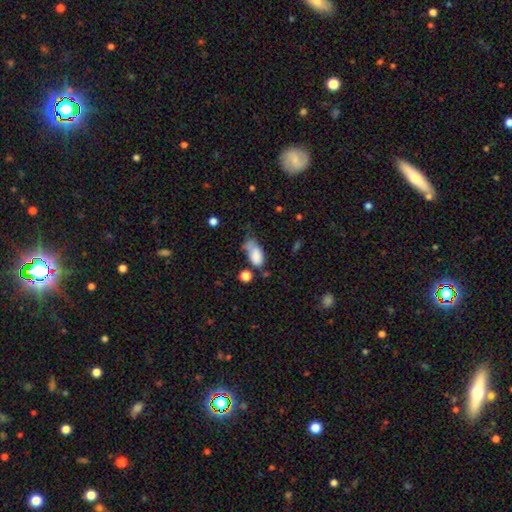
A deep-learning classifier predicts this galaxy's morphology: smooth_or_featured: smooth (p=0.79) [alt: featured or disk p=0.12]
how_rounded: in between (p=0.90) [alt: round p=0.06]
merging: minor disturbance (p=0.31) [alt: none p=0.26]